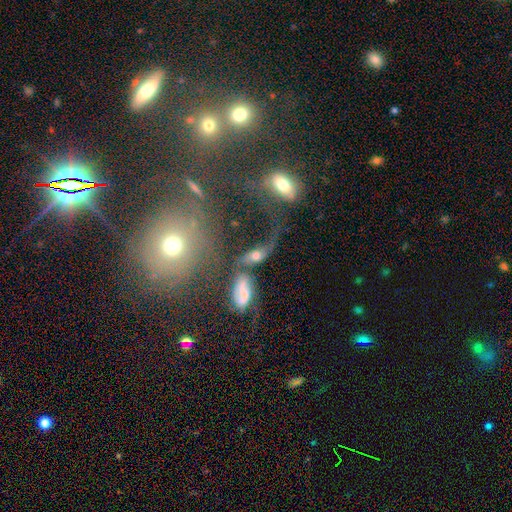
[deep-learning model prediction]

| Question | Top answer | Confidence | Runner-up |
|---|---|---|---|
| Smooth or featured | featured or disk | 47% | smooth (40%) |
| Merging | major disturbance | 30% | merger (28%) |